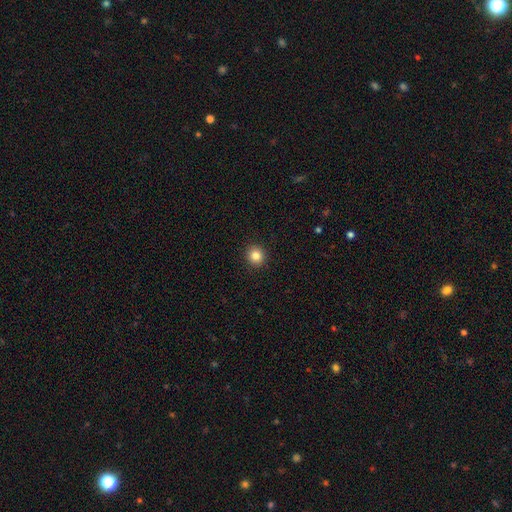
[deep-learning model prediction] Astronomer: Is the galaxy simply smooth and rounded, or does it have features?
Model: smooth — 85%.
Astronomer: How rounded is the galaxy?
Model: round — 89%.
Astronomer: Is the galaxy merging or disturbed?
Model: none — 93%.